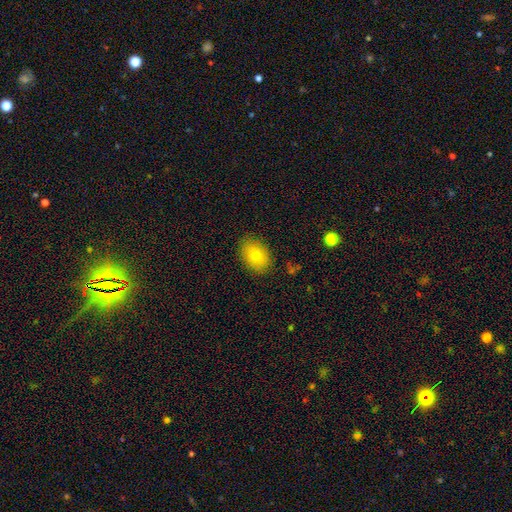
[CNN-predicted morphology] Smooth or featured? smooth (79%)
How rounded? in between (81%)
Merging? none (86%)